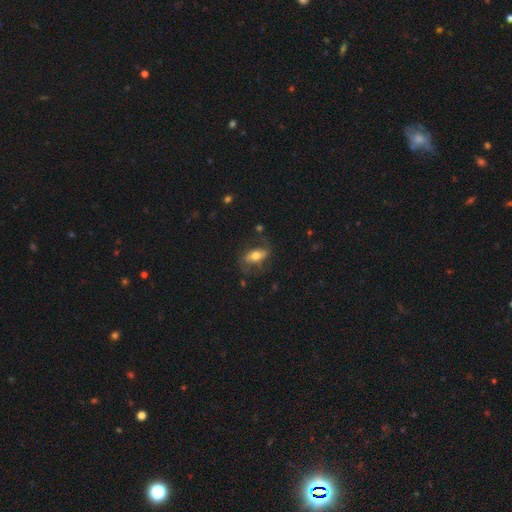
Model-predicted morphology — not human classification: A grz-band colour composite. It shows a smooth galaxy with no disk features (51%) that is in between round and cigar-shaped (82%). Merging: none (60%).